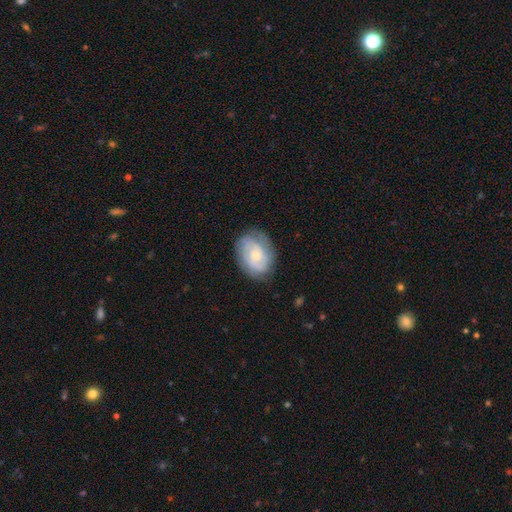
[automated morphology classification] This appears to be a featured or disk galaxy (67%) with no bar (73%), 2 (37%) tight (62%) spiral arms (88%) and a small central bulge (61%). Merging: none (75%).